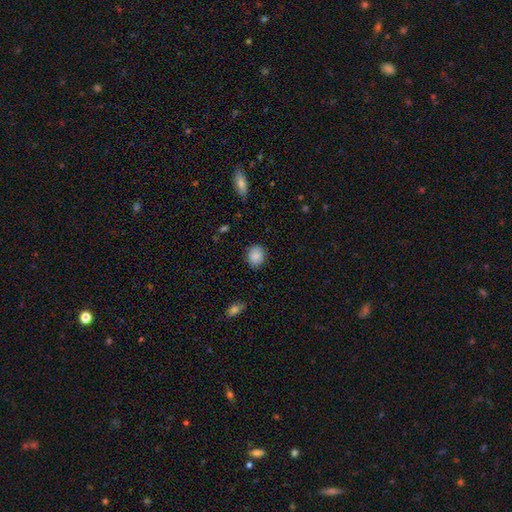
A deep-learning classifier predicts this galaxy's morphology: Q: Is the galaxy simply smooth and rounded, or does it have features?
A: smooth — 88%.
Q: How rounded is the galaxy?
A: round — 69%.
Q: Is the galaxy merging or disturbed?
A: none — 85%.